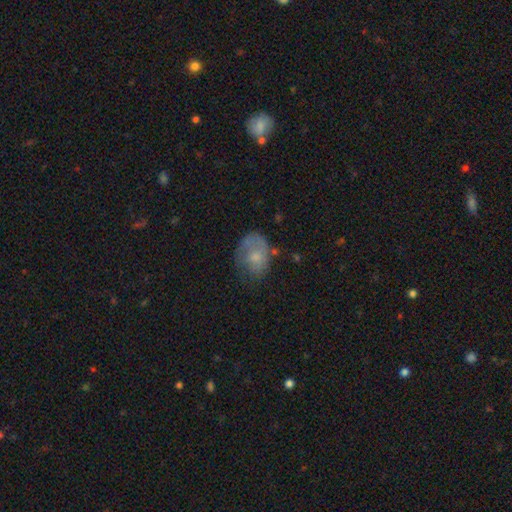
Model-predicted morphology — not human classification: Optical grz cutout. It shows a smooth galaxy with no disk features (59%) that is in between round and cigar-shaped (64%). Merging: none (46%).